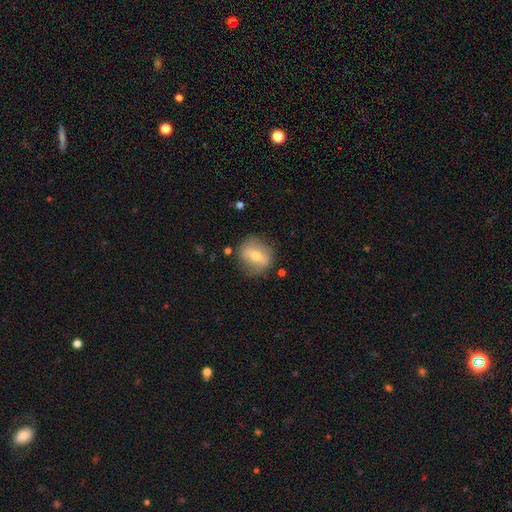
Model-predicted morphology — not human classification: smooth 50%, featured or disk 42%, star or artifact 8%. Down the decision tree: how rounded — round (74%); merging — none (77%).